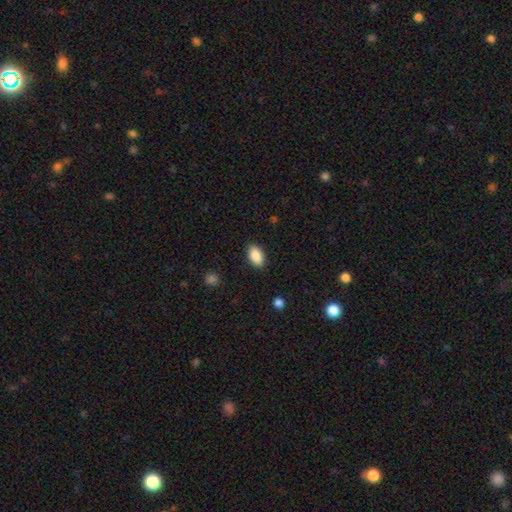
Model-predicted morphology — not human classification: smooth_or_featured: smooth (p=0.89) [alt: star or artifact p=0.07]
how_rounded: in between (p=0.93) [alt: round p=0.05]
merging: none (p=0.88) [alt: minor disturbance p=0.08]